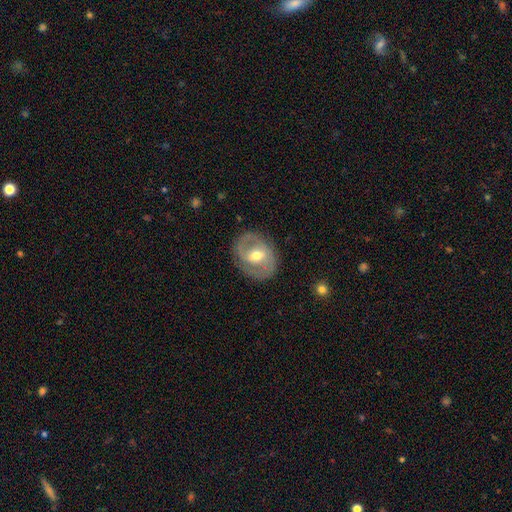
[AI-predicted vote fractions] A featured or disk galaxy (70%) with a weak bar (48%), spiral arms (71%) and a moderate central bulge (73%). Merging: none (78%).